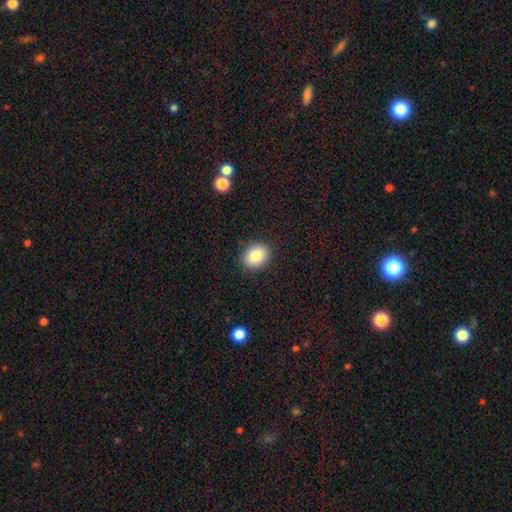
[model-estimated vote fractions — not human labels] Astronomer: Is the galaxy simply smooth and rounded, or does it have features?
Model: smooth — 86%.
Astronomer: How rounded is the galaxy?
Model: in between — 61% (runner-up: round, 39%).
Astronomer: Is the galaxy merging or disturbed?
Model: none — 88%.